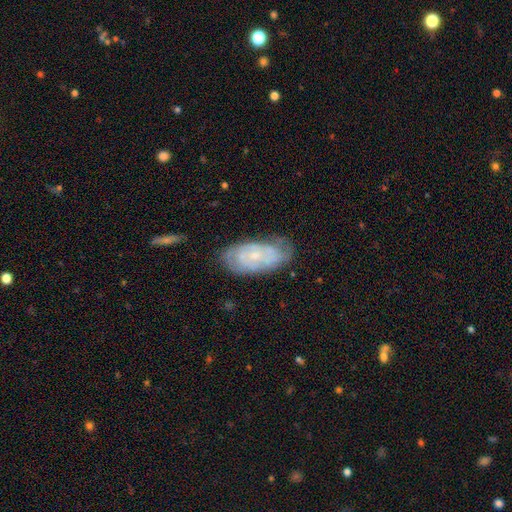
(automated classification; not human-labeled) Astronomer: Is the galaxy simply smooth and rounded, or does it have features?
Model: featured or disk — 72%.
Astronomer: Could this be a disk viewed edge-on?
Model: no — 94%.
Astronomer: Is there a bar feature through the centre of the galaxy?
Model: no — 72%.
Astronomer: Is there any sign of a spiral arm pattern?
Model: yes — 85%.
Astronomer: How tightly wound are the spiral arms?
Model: tight — 67%.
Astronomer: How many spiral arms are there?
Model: can't tell — 44% (runner-up: 2, 34%).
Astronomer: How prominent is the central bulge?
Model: small — 73%.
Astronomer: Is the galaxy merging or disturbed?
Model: none — 66%.